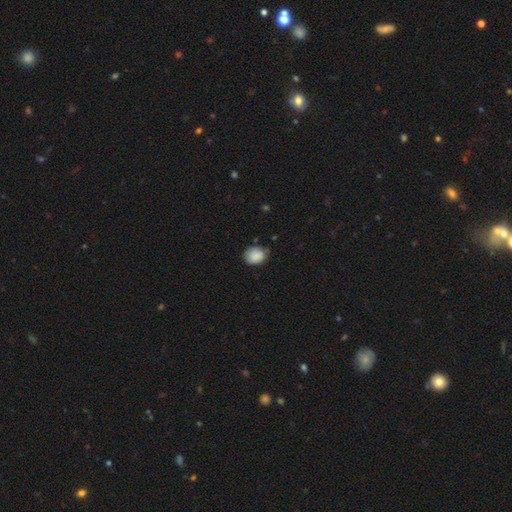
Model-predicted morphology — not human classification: Smooth or featured: smooth — 86% (star or artifact — 8%)
How rounded: in between — 52% (round — 47%)
Merging: none — 68% (minor disturbance — 26%)